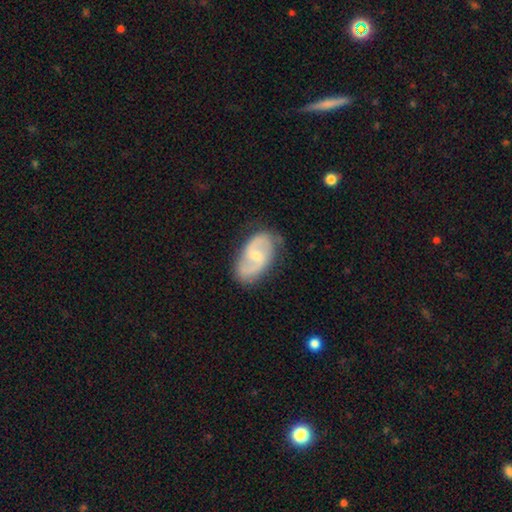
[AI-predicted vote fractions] A featured or disk galaxy (81%) with a weak bar (54%), 2 (90%) medium (51%) spiral arms (94%) and a small central bulge (56%). Merging: none (78%).